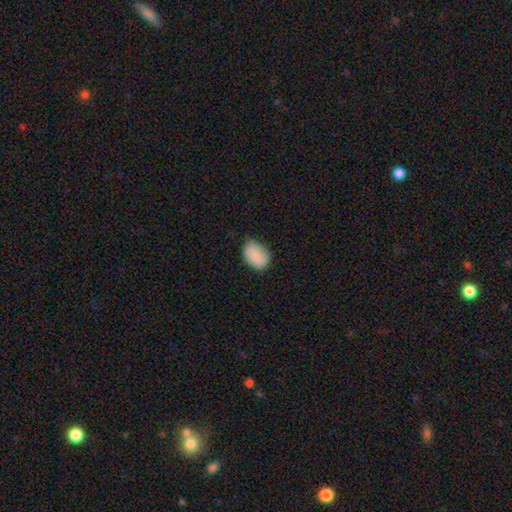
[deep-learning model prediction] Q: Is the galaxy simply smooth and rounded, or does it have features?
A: smooth — 84%.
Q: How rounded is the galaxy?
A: in between — 75%.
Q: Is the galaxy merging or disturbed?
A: none — 75%.